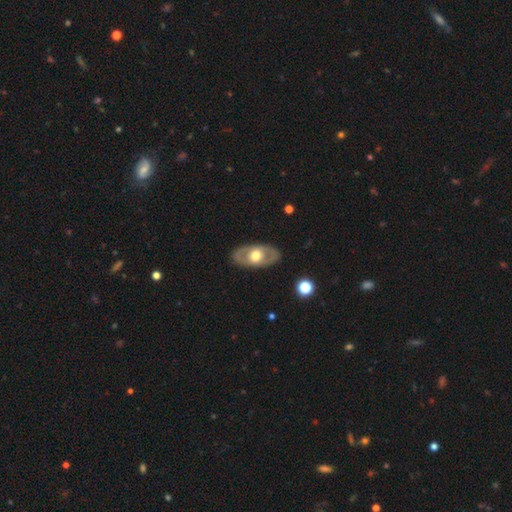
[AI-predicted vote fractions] This appears to be a featured or disk galaxy (60%) with no bar (82%), no spiral arms (80%) and a moderate central bulge (64%). Merging: none (85%).